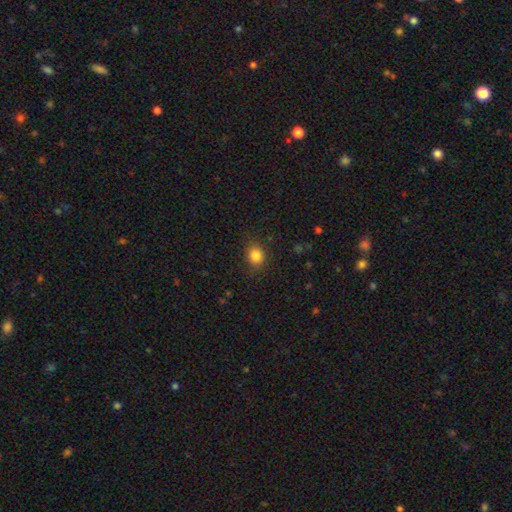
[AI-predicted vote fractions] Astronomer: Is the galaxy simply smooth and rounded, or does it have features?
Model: smooth — 84%.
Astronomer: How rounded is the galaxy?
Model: round — 58% (runner-up: in between, 41%).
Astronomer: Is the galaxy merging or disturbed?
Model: none — 82%.